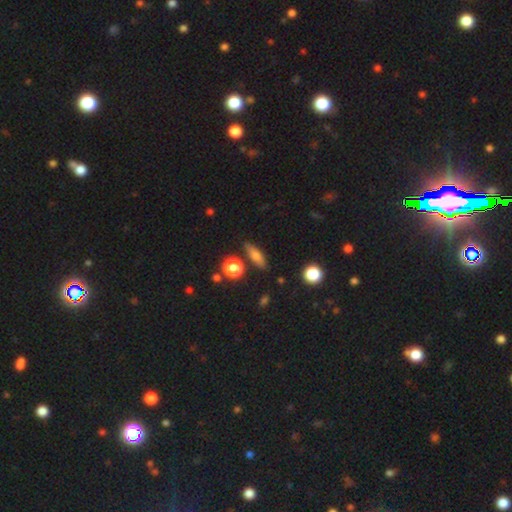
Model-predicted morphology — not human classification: Overall: smooth (65%). How rounded: cigar-shaped (47%; in between 43%). Merging: none (81%).